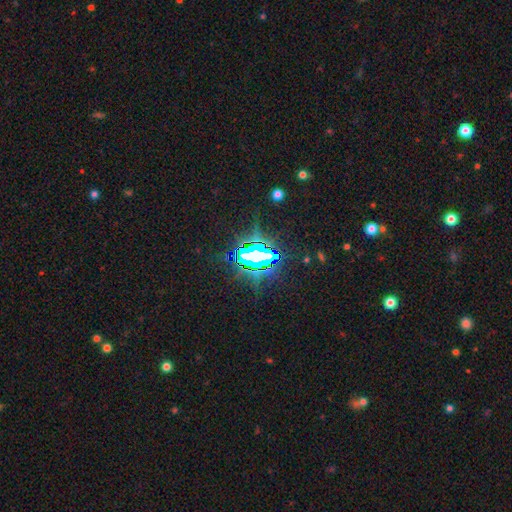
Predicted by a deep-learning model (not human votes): The model was most divided on "smooth or featured": star or artifact: 78%, featured or disk: 11%, smooth: 11%.